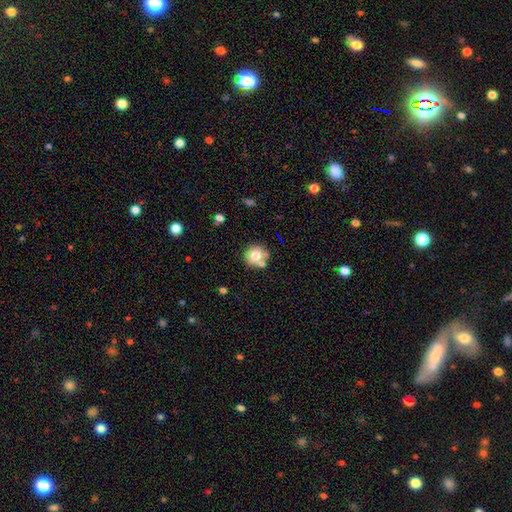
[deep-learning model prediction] smooth_or_featured: smooth (p=0.75) [alt: featured or disk p=0.15]
how_rounded: round (p=0.92) [alt: in between p=0.07]
merging: none (p=0.69) [alt: merger p=0.17]